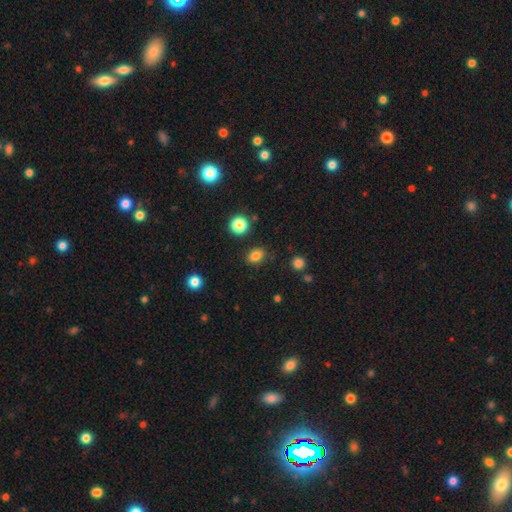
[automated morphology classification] A smooth galaxy with no disk features (82%) that is in between round and cigar-shaped (69%). Merging: none (84%).